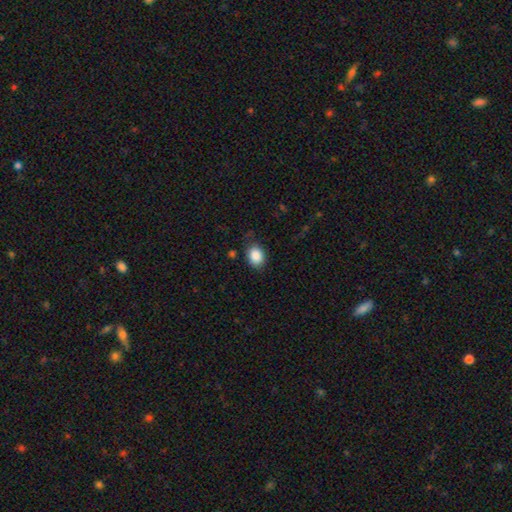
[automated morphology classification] Smooth or featured? Predicted: smooth (p=0.88). How rounded? Predicted: in between (p=0.62). Merging? Predicted: none (p=0.78).